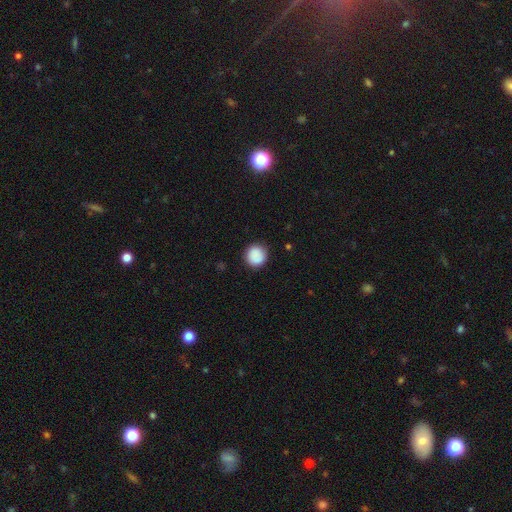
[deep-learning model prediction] Smooth or featured: smooth — 87% (star or artifact — 8%)
How rounded: round — 92% (in between — 7%)
Merging: none — 88% (minor disturbance — 8%)